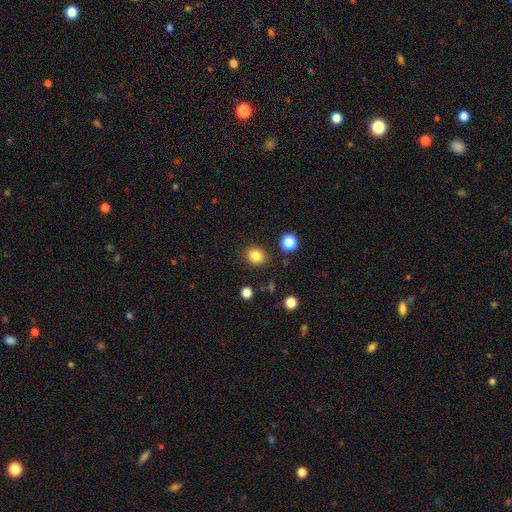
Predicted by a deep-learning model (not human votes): Overall: smooth (83%). How rounded: round (74%). Merging: none (88%).